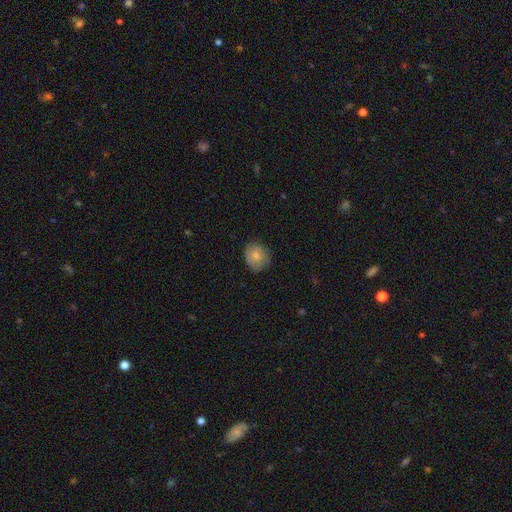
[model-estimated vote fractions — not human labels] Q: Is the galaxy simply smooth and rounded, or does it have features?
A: smooth — 79%.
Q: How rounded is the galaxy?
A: round — 73%.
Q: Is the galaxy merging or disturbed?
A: none — 75%.